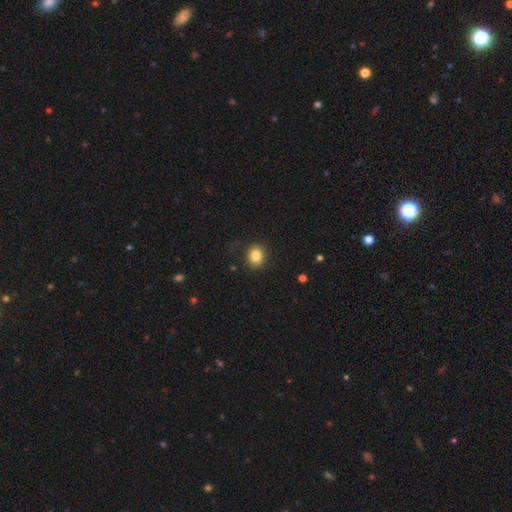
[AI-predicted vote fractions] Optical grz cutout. It shows a smooth galaxy with no disk features (84%) that is round (60%). Merging: none (88%).